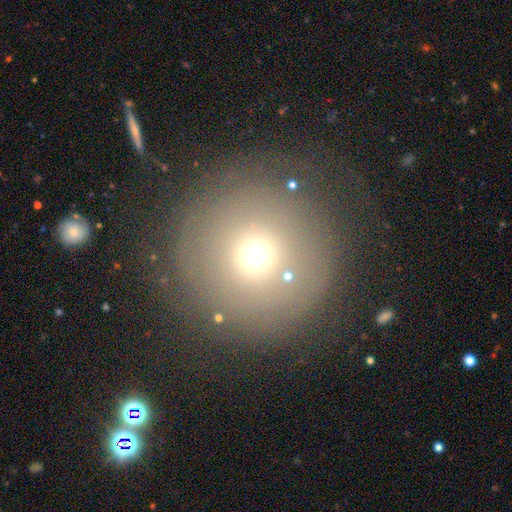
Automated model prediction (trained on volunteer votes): smooth-or-featured: smooth: 63% | star or artifact: 21% | featured or disk: 16%
  how-rounded: round: 93% | in between: 6% | cigar-shaped: 1%
  merging: none: 78% | minor disturbance: 11% | major disturbance: 7% | merger: 4%